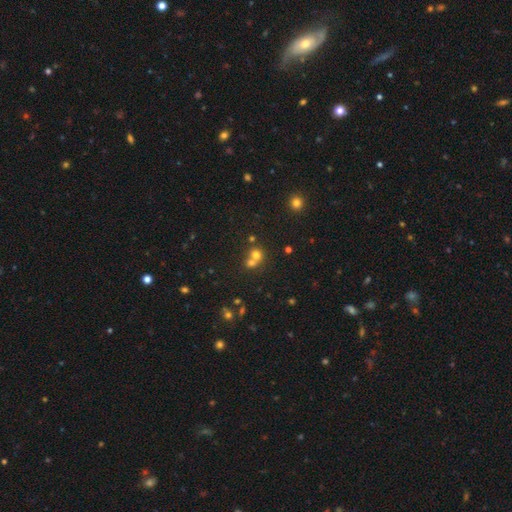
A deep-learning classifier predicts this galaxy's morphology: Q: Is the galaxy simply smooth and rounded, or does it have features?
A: smooth — 67%.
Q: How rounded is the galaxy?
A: round — 82%.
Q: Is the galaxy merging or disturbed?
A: merger — 56%.